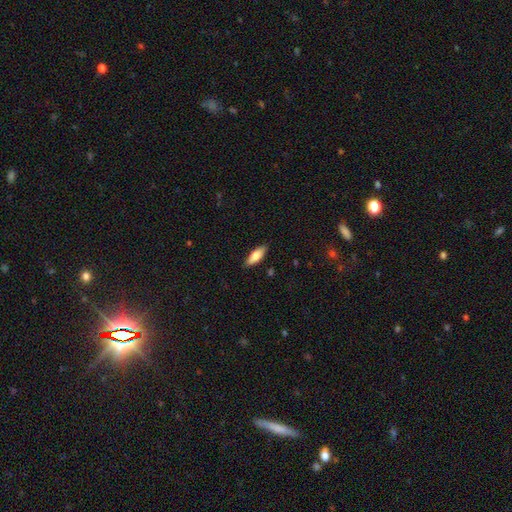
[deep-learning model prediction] smooth-or-featured: smooth: 74% | featured or disk: 20% | star or artifact: 6%
  how-rounded: in between: 66% | cigar-shaped: 32% | round: 2%
  merging: none: 87% | minor disturbance: 10% | major disturbance: 2% | merger: 1%